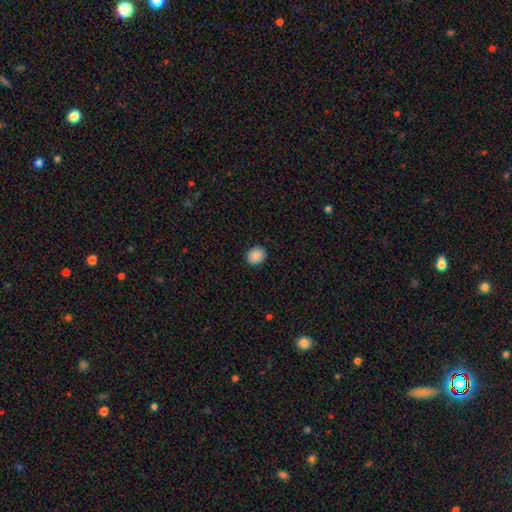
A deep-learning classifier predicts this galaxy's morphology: smooth_or_featured: smooth (p=0.89) [alt: star or artifact p=0.08]
how_rounded: round (p=0.68) [alt: in between p=0.31]
merging: none (p=0.90) [alt: minor disturbance p=0.07]